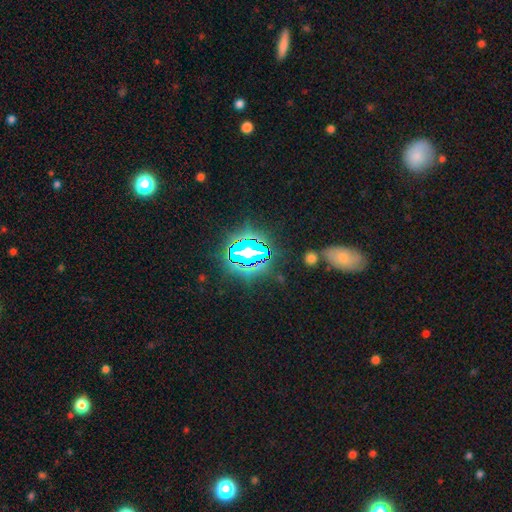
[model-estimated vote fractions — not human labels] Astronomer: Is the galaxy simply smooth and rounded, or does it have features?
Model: star or artifact — 77%.